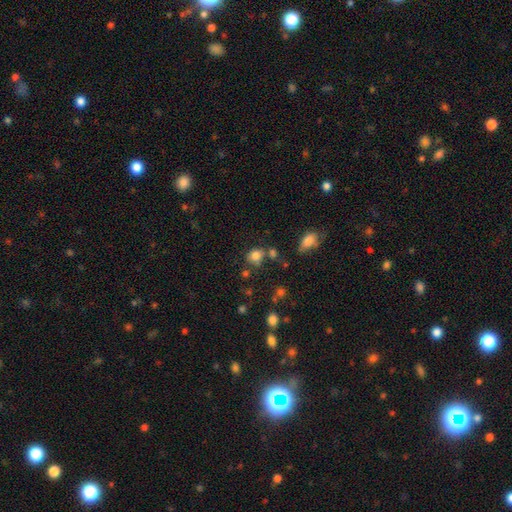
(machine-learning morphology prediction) Smooth or featured? Predicted: smooth (p=0.80). How rounded? Predicted: round (p=0.60). Merging? Predicted: none (p=0.62).